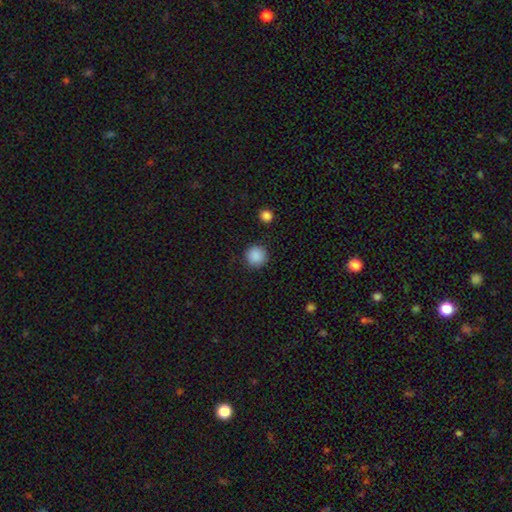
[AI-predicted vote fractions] Overall: smooth (89%). How rounded: round (95%). Merging: none (90%).